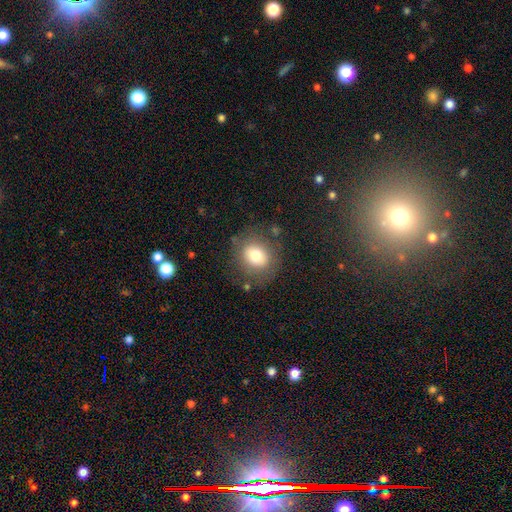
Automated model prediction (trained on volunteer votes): Smooth or featured?
  - smooth: 75% *
  - featured or disk: 15%
  - star or artifact: 10%
How rounded?
  - round: 72% *
  - in between: 27%
  - cigar-shaped: 1%
Merging?
  - none: 77% *
  - minor disturbance: 14%
  - major disturbance: 7%
  - merger: 2%